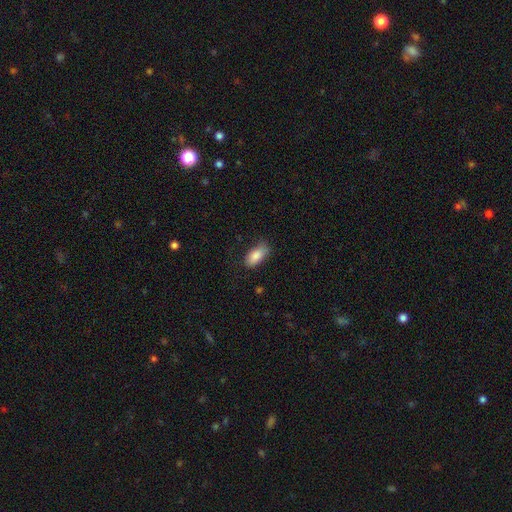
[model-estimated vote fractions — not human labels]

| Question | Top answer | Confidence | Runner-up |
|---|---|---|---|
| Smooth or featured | smooth | 85% | featured or disk (8%) |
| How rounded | in between | 91% | cigar-shaped (6%) |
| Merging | none | 71% | minor disturbance (22%) |